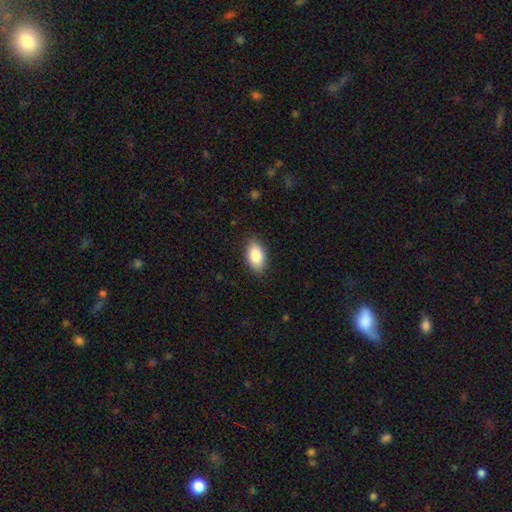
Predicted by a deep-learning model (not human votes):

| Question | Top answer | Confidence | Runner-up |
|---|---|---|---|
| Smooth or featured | smooth | 86% | featured or disk (7%) |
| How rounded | in between | 93% | round (4%) |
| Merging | none | 87% | minor disturbance (10%) |